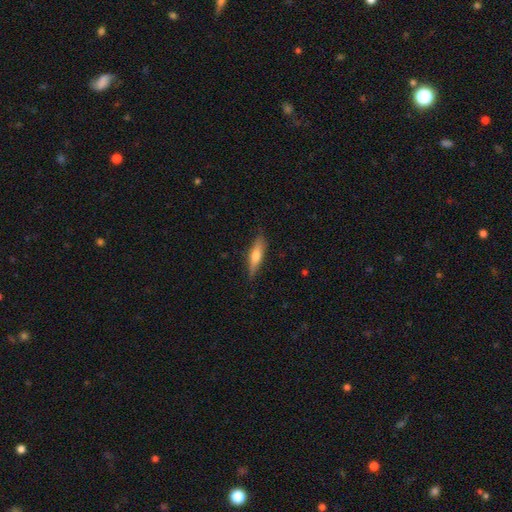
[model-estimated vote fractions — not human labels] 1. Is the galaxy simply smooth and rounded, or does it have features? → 53% smooth, 41% featured or disk, 6% star or artifact.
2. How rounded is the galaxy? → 72% cigar-shaped, 25% in between, 2% round.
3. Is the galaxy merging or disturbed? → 83% none, 13% minor disturbance, 2% major disturbance, 1% merger.